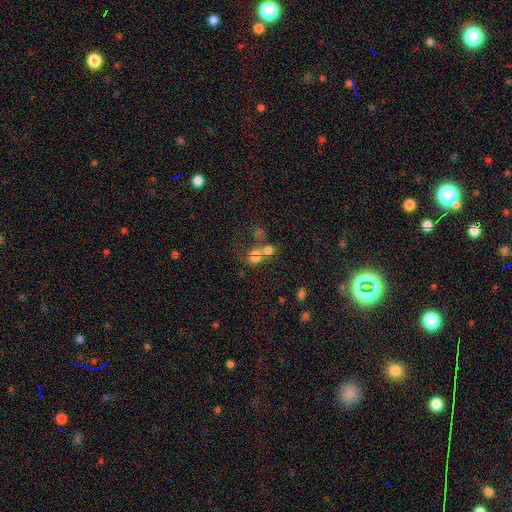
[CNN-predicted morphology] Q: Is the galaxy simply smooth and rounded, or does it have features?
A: smooth — 56%.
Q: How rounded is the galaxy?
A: round — 63%.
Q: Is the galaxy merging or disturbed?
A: merger — 57%.